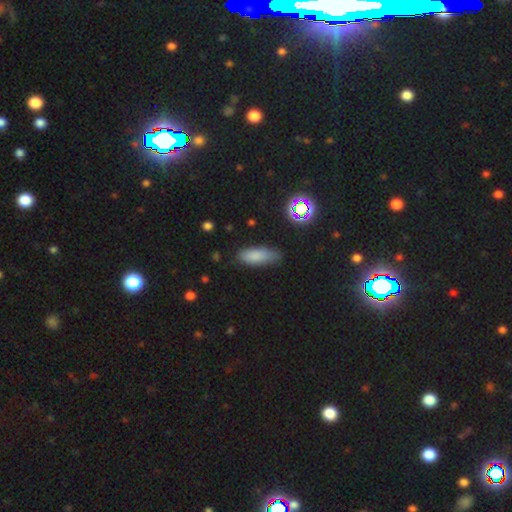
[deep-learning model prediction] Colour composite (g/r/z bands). It shows a smooth galaxy with no disk features (80%) that is in between round and cigar-shaped (66%). Merging: none (77%).